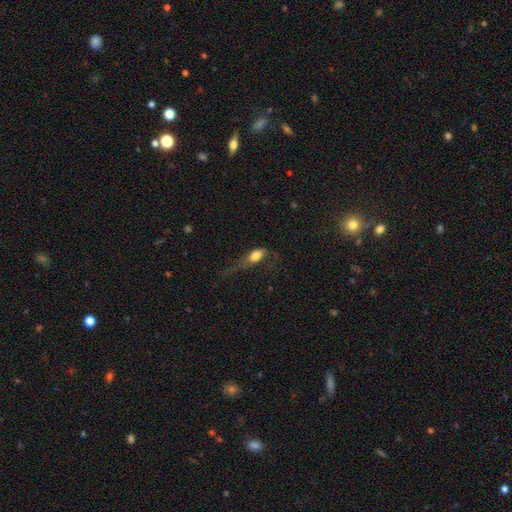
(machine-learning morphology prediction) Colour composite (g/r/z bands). It shows a smooth galaxy with no disk features (70%) that is in between round and cigar-shaped (76%). Merging: major disturbance (50%).